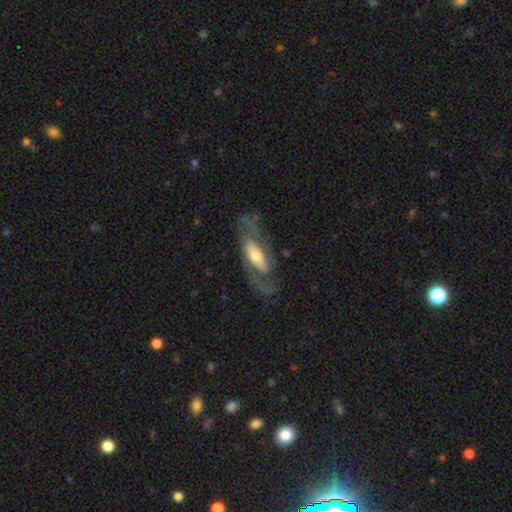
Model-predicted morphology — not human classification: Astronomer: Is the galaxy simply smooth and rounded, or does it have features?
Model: featured or disk — 80%.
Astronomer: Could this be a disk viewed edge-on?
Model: no — 87%.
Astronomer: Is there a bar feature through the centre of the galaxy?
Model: no — 40% (runner-up: weak, 31%).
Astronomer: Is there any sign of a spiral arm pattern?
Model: yes — 87%.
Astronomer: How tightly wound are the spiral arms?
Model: medium — 48% (runner-up: loose, 28%).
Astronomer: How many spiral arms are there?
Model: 2 — 83%.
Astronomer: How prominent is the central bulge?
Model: moderate — 58%.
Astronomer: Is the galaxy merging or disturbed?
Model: none — 69%.